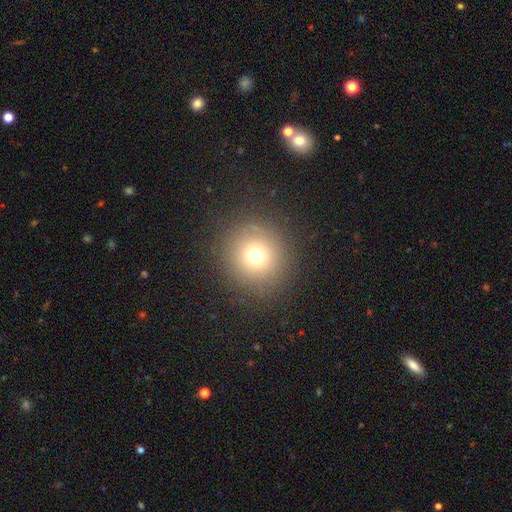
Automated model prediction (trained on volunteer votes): Smooth or featured?
  - smooth: 71% *
  - star or artifact: 18%
  - featured or disk: 11%
How rounded?
  - round: 94% *
  - in between: 5%
  - cigar-shaped: 1%
Merging?
  - none: 88% *
  - minor disturbance: 7%
  - major disturbance: 4%
  - merger: 1%